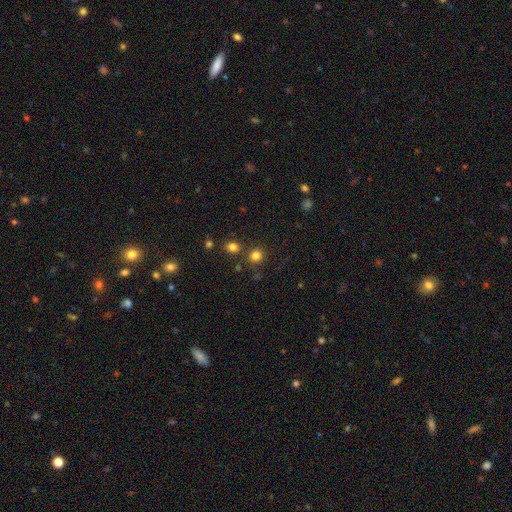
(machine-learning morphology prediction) A smooth galaxy with no disk features (80%) that is round (89%).

Vote fractions:
- Smooth or featured? smooth: 80% / star or artifact: 15% / featured or disk: 5%
- How rounded? round: 89% / in between: 11% / cigar-shaped: 1%
- Merging? none: 79% / merger: 10% / minor disturbance: 8% / major disturbance: 3%